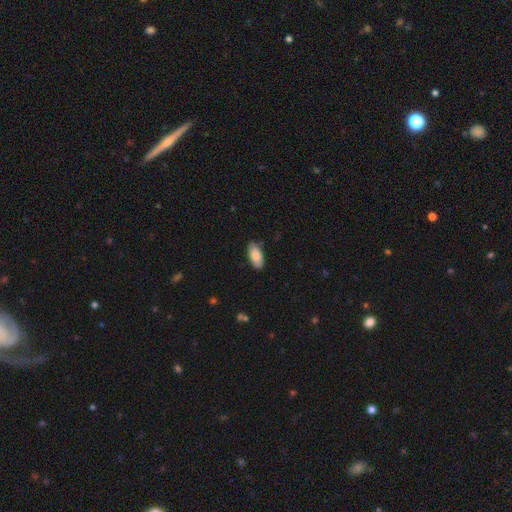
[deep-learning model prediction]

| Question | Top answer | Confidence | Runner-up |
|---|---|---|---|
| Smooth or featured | smooth | 84% | featured or disk (10%) |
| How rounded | in between | 91% | cigar-shaped (7%) |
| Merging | none | 85% | minor disturbance (12%) |